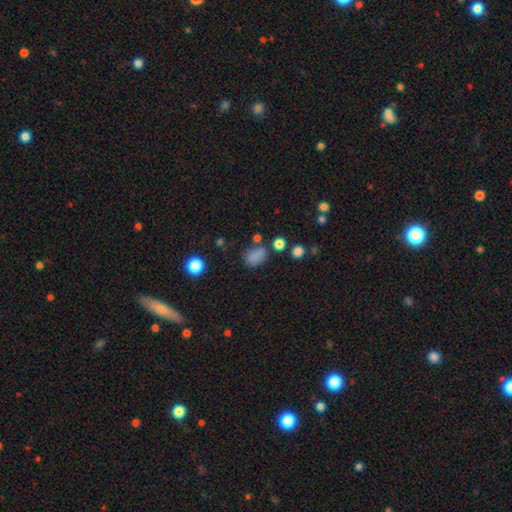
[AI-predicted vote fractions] smooth 79%, star or artifact 15%, featured or disk 6%. Down the decision tree: how rounded — in between (74%); merging — none (63%).